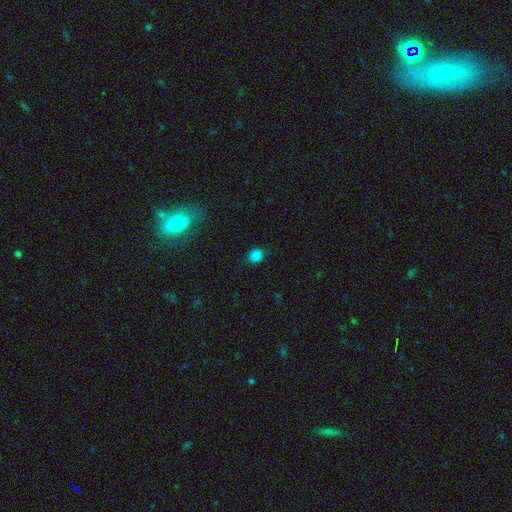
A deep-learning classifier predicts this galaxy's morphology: Smooth or featured? smooth (81%)
How rounded? round (80%)
Merging? none (81%)